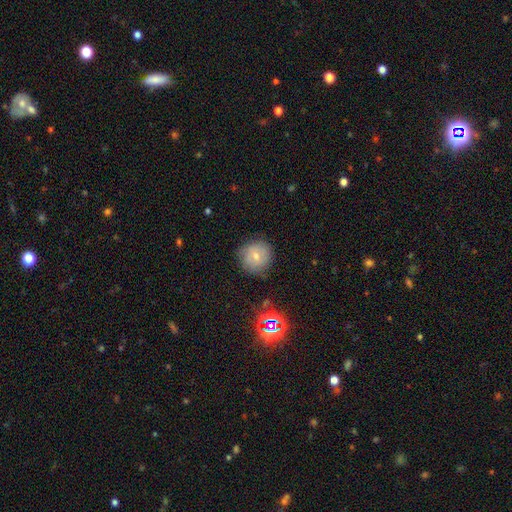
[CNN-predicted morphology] A smooth galaxy with no disk features (66%) that is round (91%). Merging: none (75%).